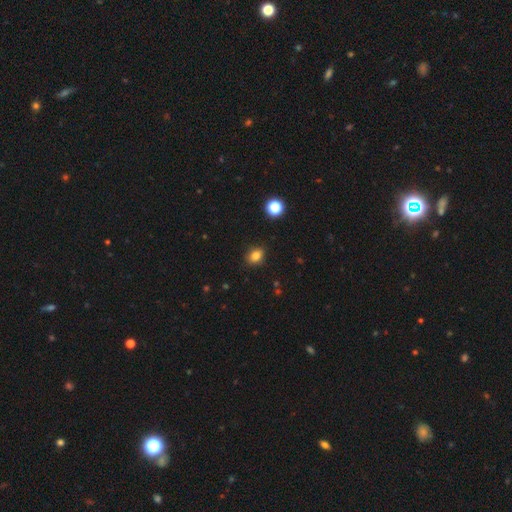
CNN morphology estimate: A smooth galaxy with no disk features (83%) that is in between round and cigar-shaped (59%). Merging: none (87%).